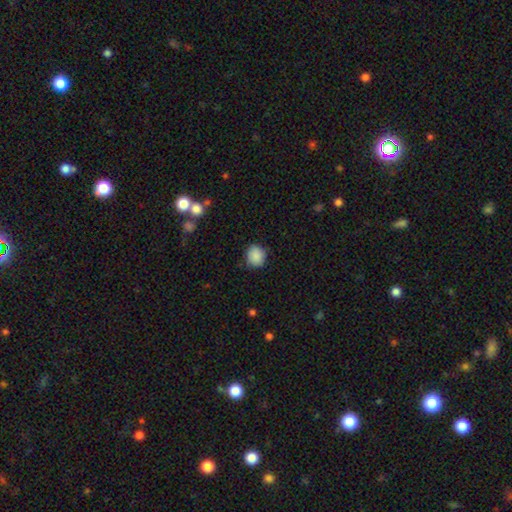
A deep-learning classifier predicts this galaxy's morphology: Smooth or featured?
  - smooth: 87% *
  - star or artifact: 8%
  - featured or disk: 5%
How rounded?
  - round: 74% *
  - in between: 25%
  - cigar-shaped: 1%
Merging?
  - none: 82% *
  - minor disturbance: 14%
  - major disturbance: 3%
  - merger: 1%